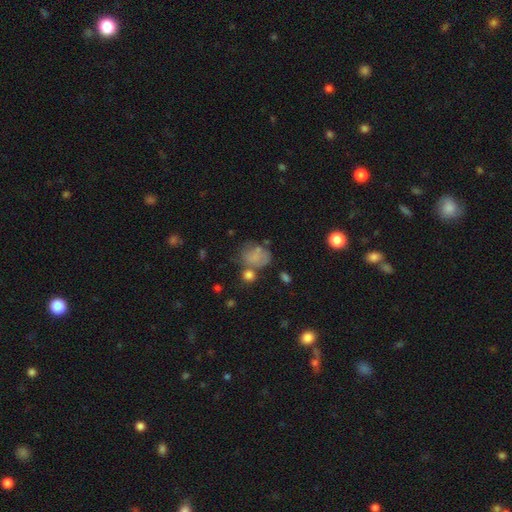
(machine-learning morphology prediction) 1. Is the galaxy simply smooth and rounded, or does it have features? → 65% smooth, 21% featured or disk, 14% star or artifact.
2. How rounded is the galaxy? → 60% in between, 39% round, 1% cigar-shaped.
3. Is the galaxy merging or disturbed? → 37% none, 24% minor disturbance, 20% merger, 19% major disturbance.